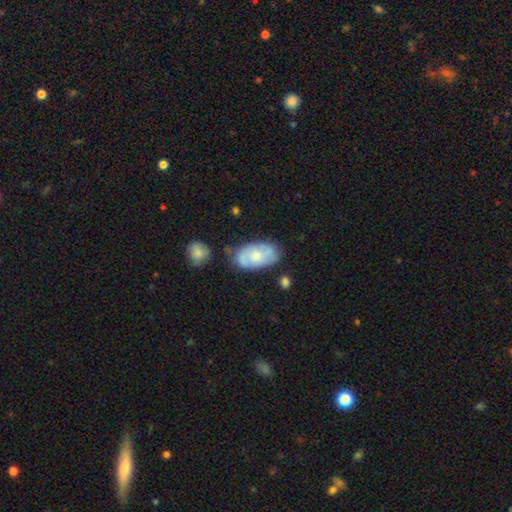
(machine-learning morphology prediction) Smooth or featured? Predicted: smooth (p=0.48). Merging? Predicted: none (p=0.66).